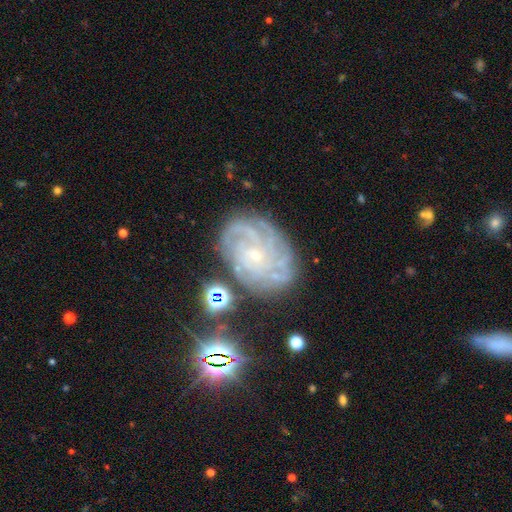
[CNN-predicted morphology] This is clearly a featured or disk galaxy (83%). It is clearly not viewed edge-on (97%). Bar: likely no (76%). Spiral arm pattern: clearly yes (96%). Spiral arm count: marginally 4 (27%). Spiral winding: likely tight (72%). Central bulge: clearly small (84%). Merging: likely none (72%).